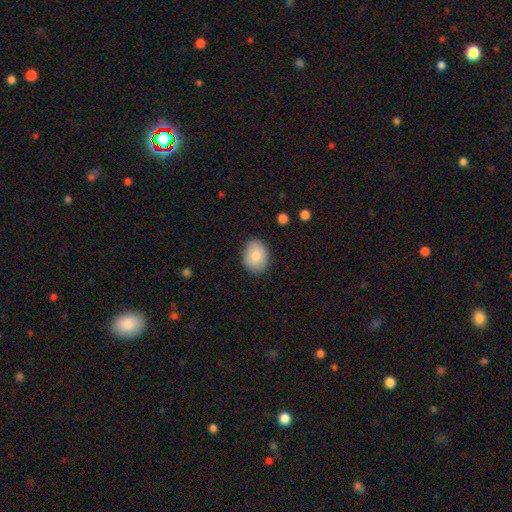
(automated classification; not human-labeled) A smooth galaxy with no disk features (82%) that is in between round and cigar-shaped (60%).

Vote fractions:
- Smooth or featured? smooth: 82% / featured or disk: 10% / star or artifact: 7%
- How rounded? in between: 60% / round: 39% / cigar-shaped: 1%
- Merging? none: 84% / minor disturbance: 12% / major disturbance: 3% / merger: 1%